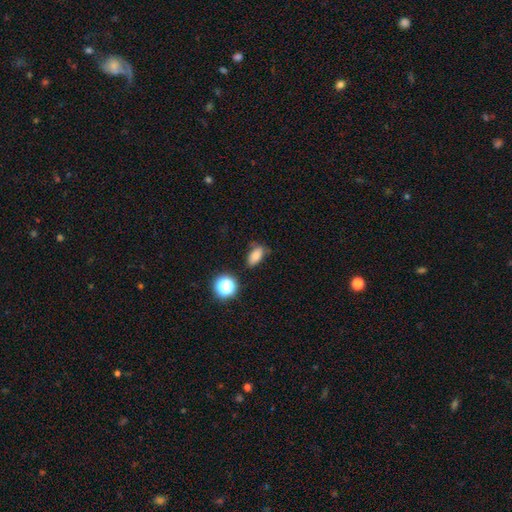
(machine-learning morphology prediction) A smooth galaxy with no disk features (81%) that is in between round and cigar-shaped (84%).

Vote fractions:
- Smooth or featured? smooth: 81% / star or artifact: 13% / featured or disk: 7%
- How rounded? in between: 84% / round: 10% / cigar-shaped: 6%
- Merging? none: 70% / minor disturbance: 22% / major disturbance: 5% / merger: 3%